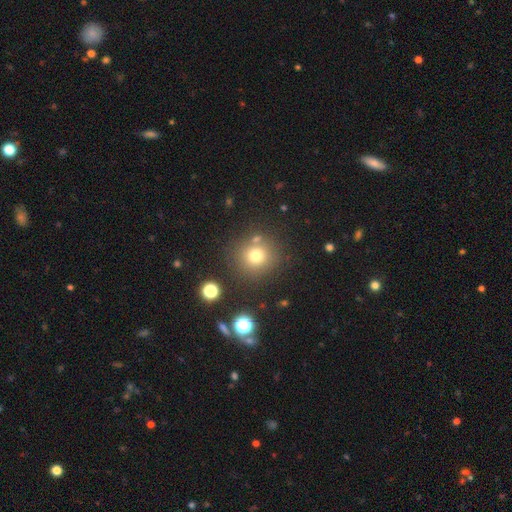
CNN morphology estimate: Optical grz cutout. It shows a smooth galaxy with no disk features (73%) that is round (92%). Merging: none (80%).